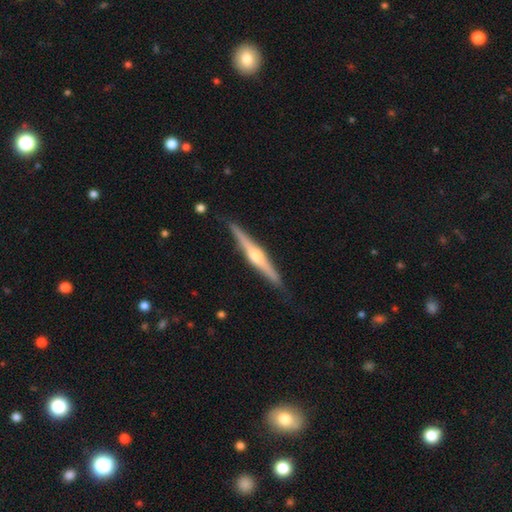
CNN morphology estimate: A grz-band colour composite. It shows a featured or disk galaxy (79%) viewed edge-on (98%) with a rounded central bulge (89%). Merging: none (88%).